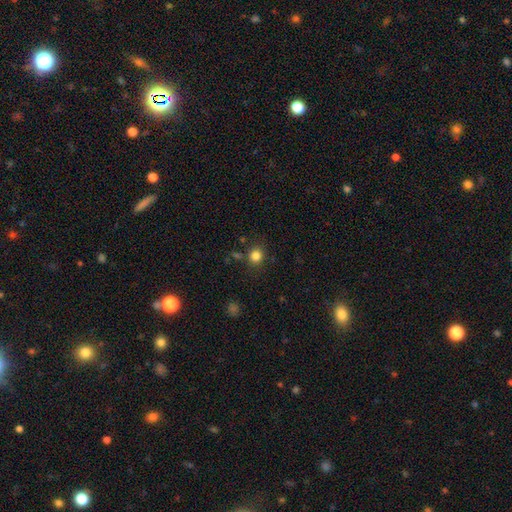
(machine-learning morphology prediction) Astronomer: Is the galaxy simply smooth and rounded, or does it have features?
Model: smooth — 82%.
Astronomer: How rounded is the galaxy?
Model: round — 84%.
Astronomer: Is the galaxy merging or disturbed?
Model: none — 83%.